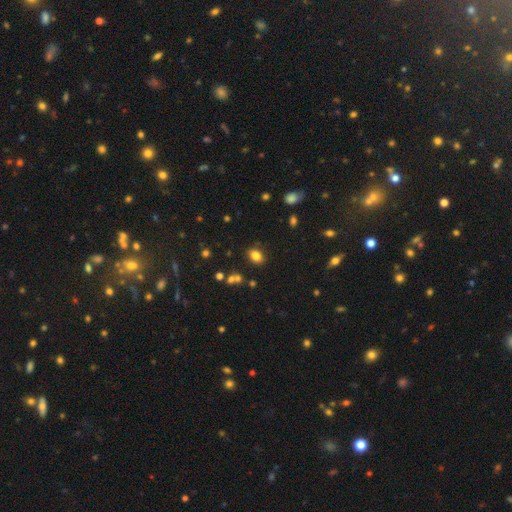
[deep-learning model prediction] Overall: smooth (81%). How rounded: in between (73%). Merging: none (82%).